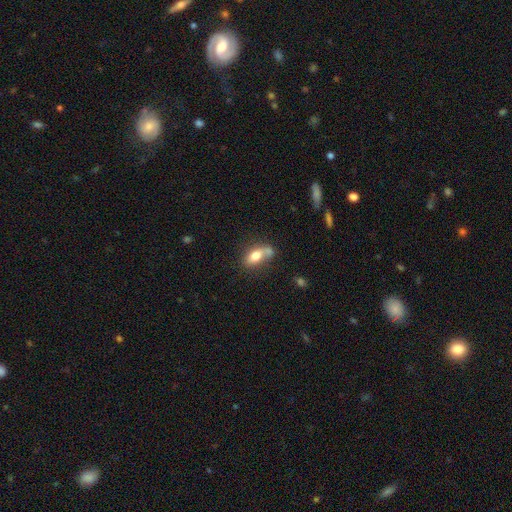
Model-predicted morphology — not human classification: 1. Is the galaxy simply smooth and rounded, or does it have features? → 72% smooth, 20% featured or disk, 8% star or artifact.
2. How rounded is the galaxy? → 81% in between, 12% cigar-shaped, 7% round.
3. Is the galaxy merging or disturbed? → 42% none, 28% merger, 20% minor disturbance, 9% major disturbance.